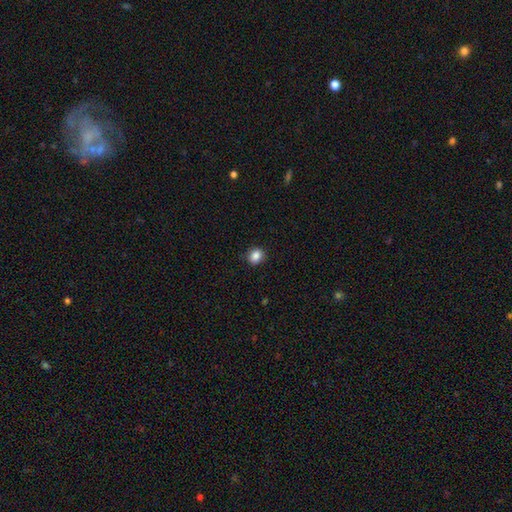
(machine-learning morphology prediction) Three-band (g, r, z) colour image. It shows a smooth galaxy with no disk features (86%) that is round (68%). Merging: none (87%).